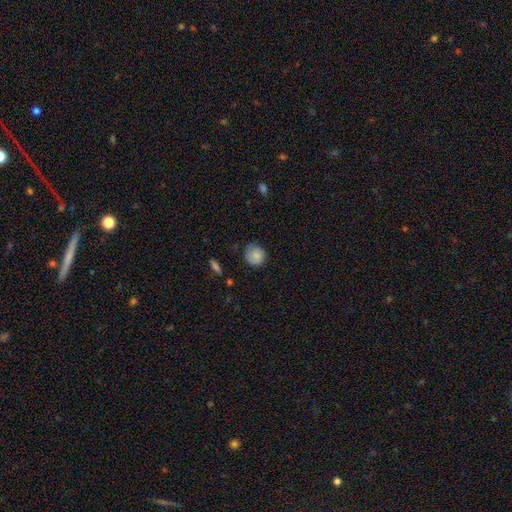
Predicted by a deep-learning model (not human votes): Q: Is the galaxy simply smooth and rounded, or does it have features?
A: smooth — 82%.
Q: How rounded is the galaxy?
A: round — 87%.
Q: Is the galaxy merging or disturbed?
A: none — 68%.